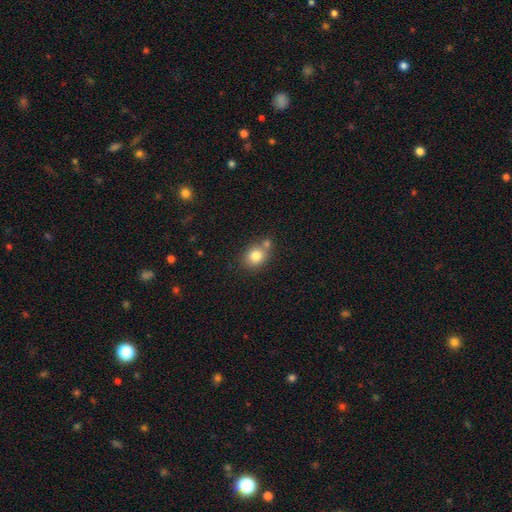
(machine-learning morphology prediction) Overall: smooth (81%). How rounded: round (63%; in between 36%). Merging: none (55%; merger 27%).